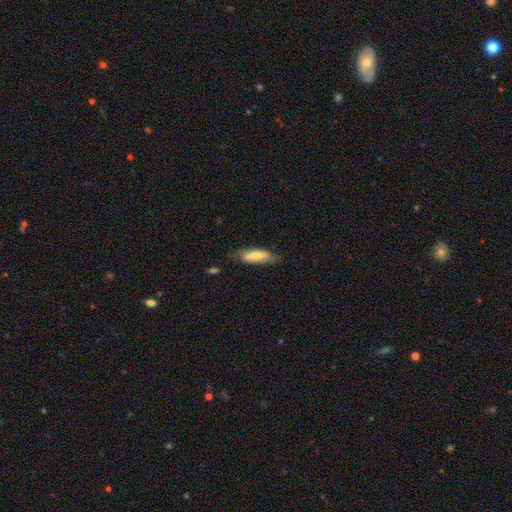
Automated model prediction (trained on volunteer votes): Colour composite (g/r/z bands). It shows a smooth galaxy with no disk features (62%) that is cigar-shaped (53%). Merging: none (67%).